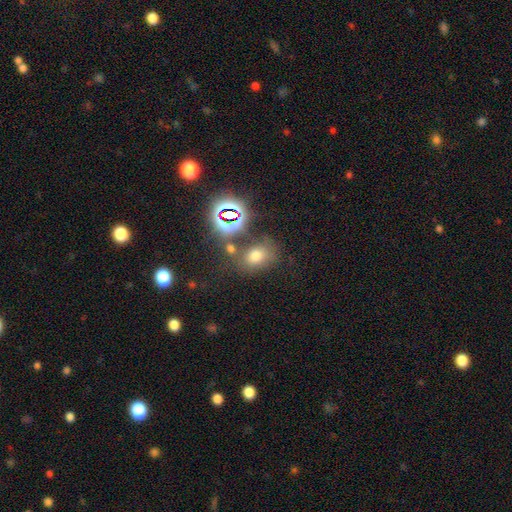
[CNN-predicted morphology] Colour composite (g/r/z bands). It shows a smooth galaxy with no disk features (63%) that is in between round and cigar-shaped (61%). Merging: none (63%).